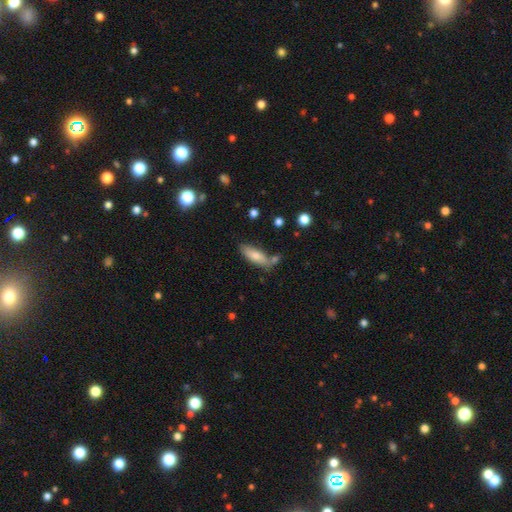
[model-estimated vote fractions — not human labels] This appears to be a smooth galaxy with no disk features (77%) that is in between round and cigar-shaped (66%). Merging: none (60%).